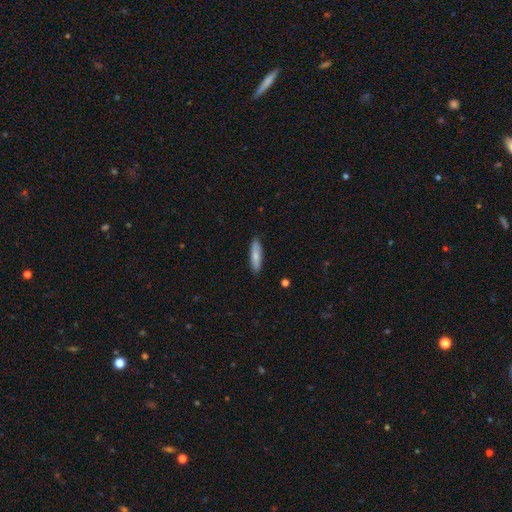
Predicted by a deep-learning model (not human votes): Overall: smooth (75%). How rounded: cigar-shaped (70%). Merging: none (89%).